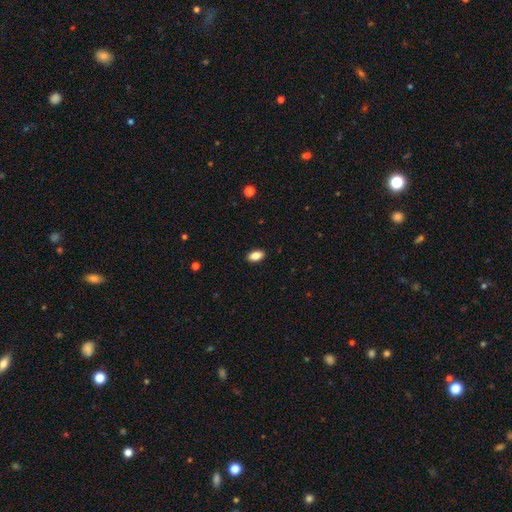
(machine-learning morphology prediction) The model was most divided on "smooth or featured": smooth: 86%, star or artifact: 8%, featured or disk: 6%. More confident: how rounded — in between (91%); merging — none (90%).